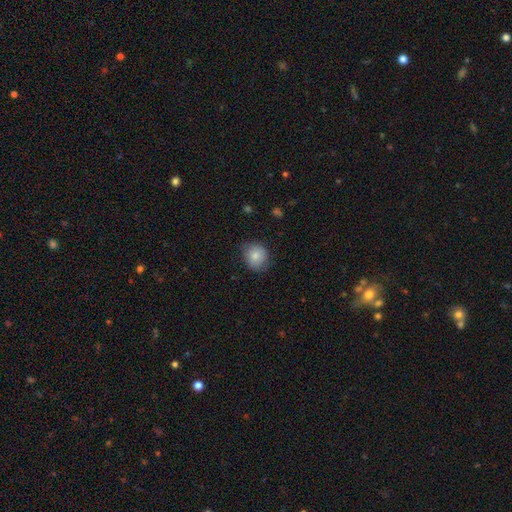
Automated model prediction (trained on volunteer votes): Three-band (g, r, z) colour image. It shows a smooth galaxy with no disk features (80%) that is round (73%). Merging: none (72%).